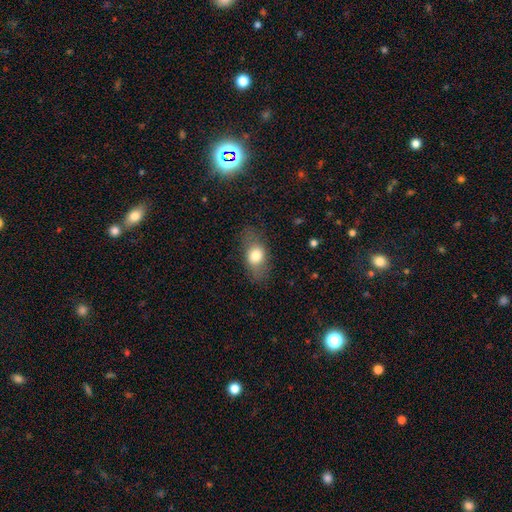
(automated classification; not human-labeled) smooth_or_featured: smooth (p=0.73) [alt: featured or disk p=0.19]
how_rounded: in between (p=0.77) [alt: round p=0.17]
merging: none (p=0.73) [alt: minor disturbance p=0.17]